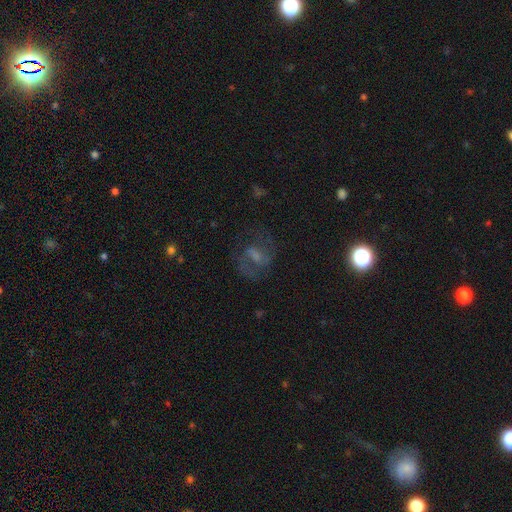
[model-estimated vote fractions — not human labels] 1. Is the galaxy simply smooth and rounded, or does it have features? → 65% featured or disk, 22% smooth, 13% star or artifact.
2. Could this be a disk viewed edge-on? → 97% no, 3% yes.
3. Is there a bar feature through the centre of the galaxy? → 51% weak, 28% strong, 21% no.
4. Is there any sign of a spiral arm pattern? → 84% yes, 16% no.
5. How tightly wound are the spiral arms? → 55% medium, 29% loose, 16% tight.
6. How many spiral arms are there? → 84% 2, 8% can't tell, 4% 1, 2% 3, 1% 4, 1% more than 4.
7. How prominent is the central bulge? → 30% none (tied), 30% moderate (tied), 27% small, 11% large, 2% dominant.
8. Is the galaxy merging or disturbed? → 65% none, 17% major disturbance, 16% minor disturbance, 2% merger.